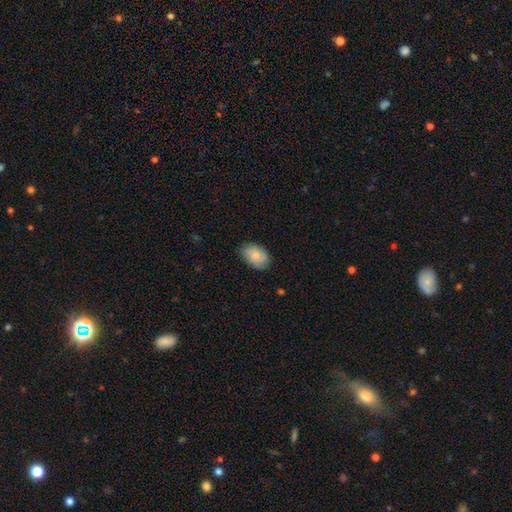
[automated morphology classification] Smooth or featured?
  - smooth: 77% *
  - featured or disk: 16%
  - star or artifact: 6%
How rounded?
  - in between: 87% *
  - round: 12%
  - cigar-shaped: 1%
Merging?
  - none: 81% *
  - minor disturbance: 16%
  - major disturbance: 3%
  - merger: 1%